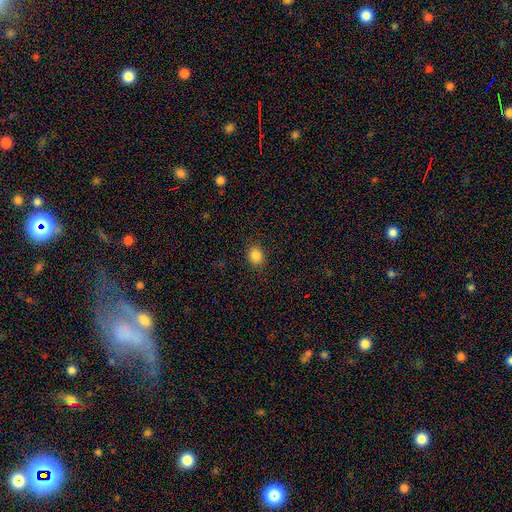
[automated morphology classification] The model was most divided on "how rounded": round: 57%, in between: 42%, cigar-shaped: 1%. More confident: merging — none (88%); smooth or featured — smooth (85%).